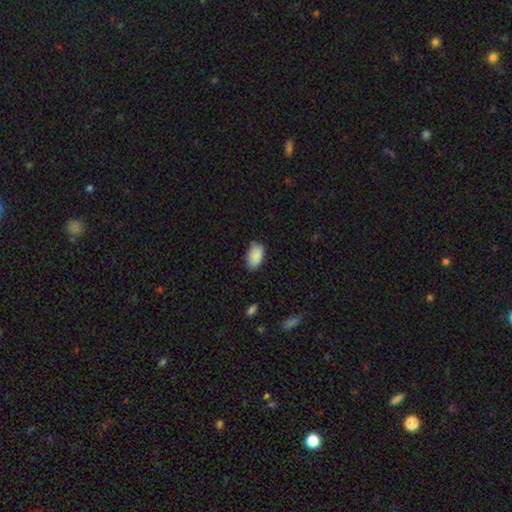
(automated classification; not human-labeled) smooth_or_featured: smooth (p=0.89) [alt: star or artifact p=0.07]
how_rounded: in between (p=0.94) [alt: round p=0.05]
merging: none (p=0.77) [alt: minor disturbance p=0.19]